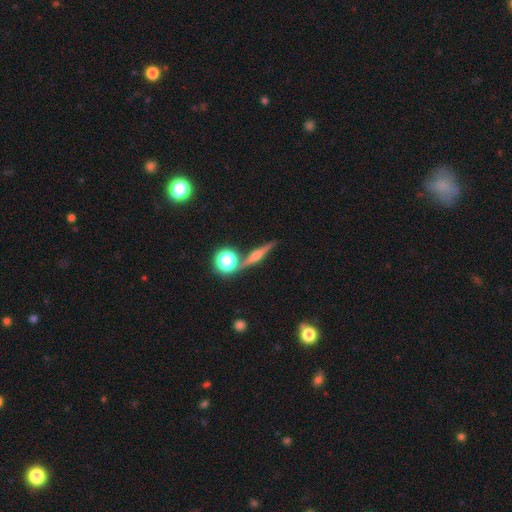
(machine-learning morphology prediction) smooth_or_featured: featured or disk (p=0.72) [alt: smooth p=0.17]
disk_edge_on: yes (p=0.96) [alt: no p=0.04]
edge_on_bulge: rounded (p=0.89) [alt: boxy p=0.07]
merging: none (p=0.82) [alt: minor disturbance p=0.08]